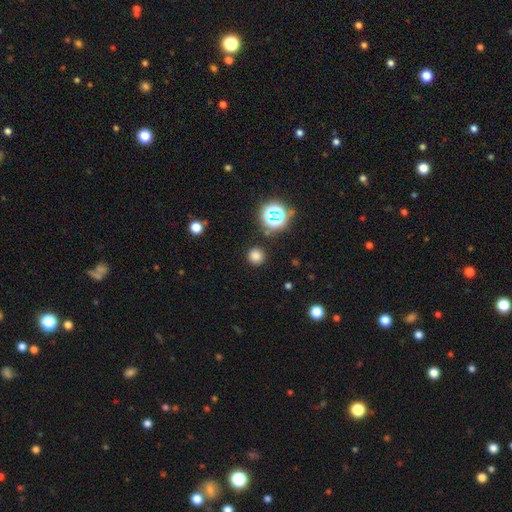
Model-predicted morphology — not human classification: Smooth or featured? Predicted: smooth (p=0.74). How rounded? Predicted: round (p=0.94). Merging? Predicted: none (p=0.89).